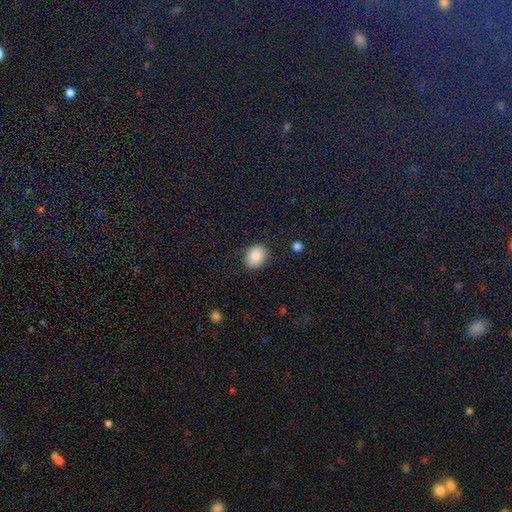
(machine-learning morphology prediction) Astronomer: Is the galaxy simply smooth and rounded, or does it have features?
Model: smooth — 87%.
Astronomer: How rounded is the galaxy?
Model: in between — 54% (runner-up: round, 45%).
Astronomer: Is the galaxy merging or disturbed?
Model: none — 88%.